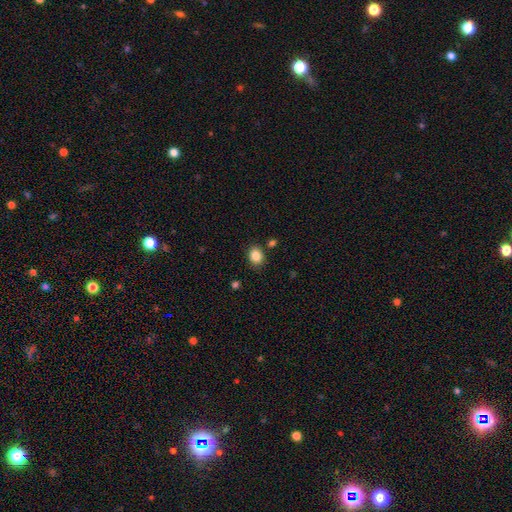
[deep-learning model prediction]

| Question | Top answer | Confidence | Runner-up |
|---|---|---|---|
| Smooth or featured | smooth | 86% | star or artifact (10%) |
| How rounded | round | 51% | in between (48%) |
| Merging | none | 84% | minor disturbance (10%) |